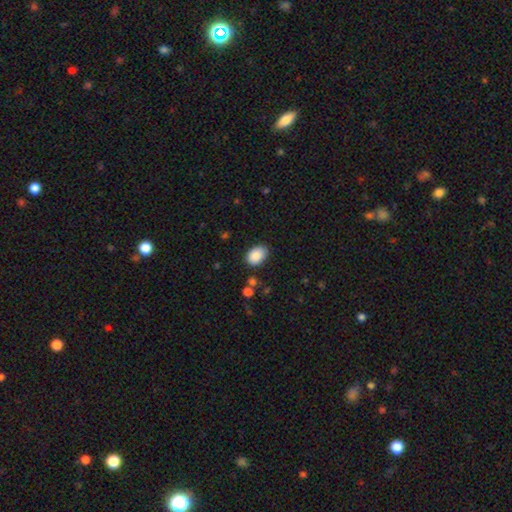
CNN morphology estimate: smooth_or_featured: smooth (p=0.88) [alt: star or artifact p=0.08]
how_rounded: in between (p=0.83) [alt: round p=0.16]
merging: none (p=0.80) [alt: minor disturbance p=0.15]